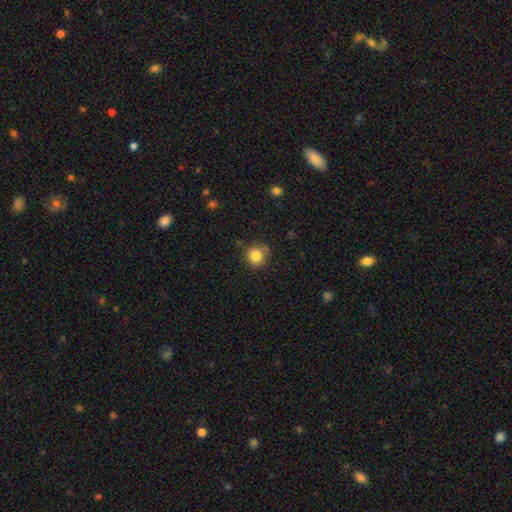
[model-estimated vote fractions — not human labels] Overall: smooth (83%). How rounded: round (90%). Merging: none (74%).